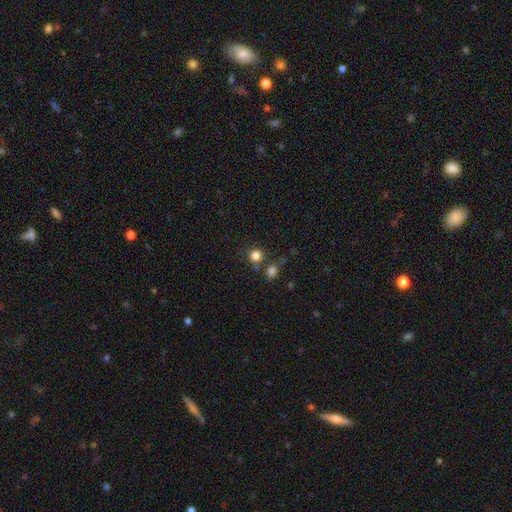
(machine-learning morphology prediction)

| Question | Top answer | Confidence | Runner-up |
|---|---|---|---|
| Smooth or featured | smooth | 80% | star or artifact (14%) |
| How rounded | round | 90% | in between (9%) |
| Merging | none | 73% | merger (15%) |